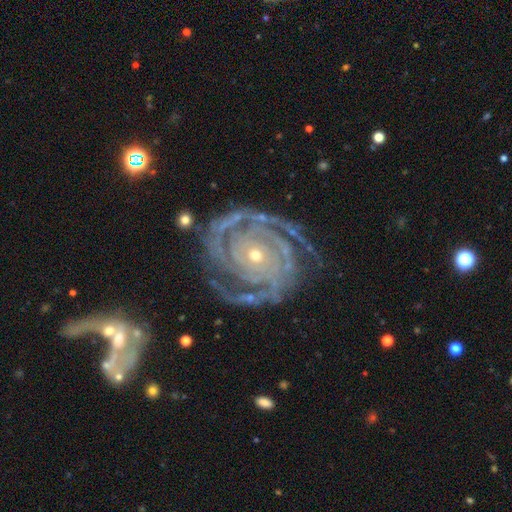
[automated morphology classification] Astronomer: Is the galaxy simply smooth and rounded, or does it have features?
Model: featured or disk — 93%.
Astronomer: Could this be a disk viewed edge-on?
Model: no — 98%.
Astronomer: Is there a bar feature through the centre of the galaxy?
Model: no — 79%.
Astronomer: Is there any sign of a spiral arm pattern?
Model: yes — 98%.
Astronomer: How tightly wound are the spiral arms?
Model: tight — 82%.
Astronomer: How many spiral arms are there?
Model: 2 — 39% (runner-up: 3, 21%).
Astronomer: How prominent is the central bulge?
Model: small — 68%.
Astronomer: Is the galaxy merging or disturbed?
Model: none — 74%.